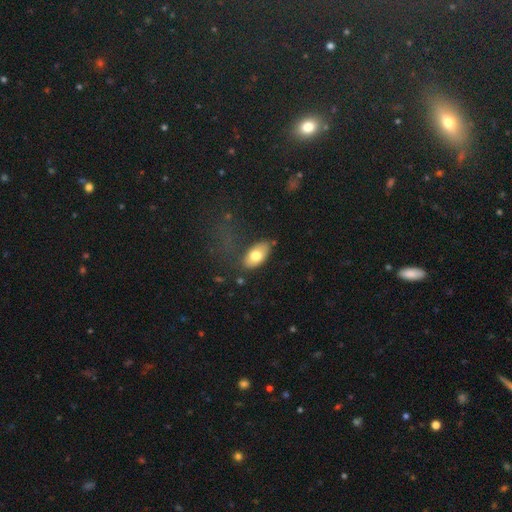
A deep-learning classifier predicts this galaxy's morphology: Smooth or featured? smooth (74%)
How rounded? in between (92%)
Merging? none (67%)